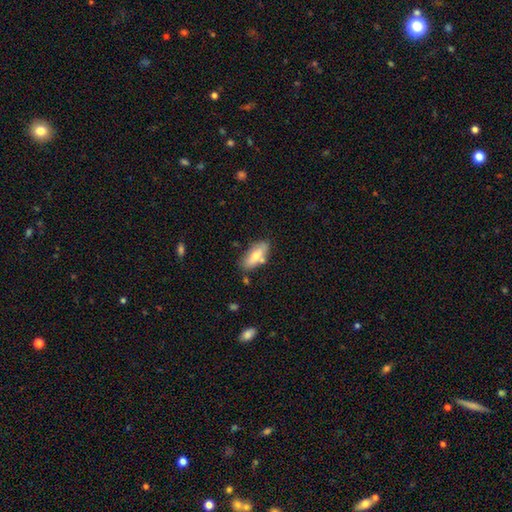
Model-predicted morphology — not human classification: Smooth or featured: smooth — 64% (featured or disk — 30%)
How rounded: in between — 79% (cigar-shaped — 19%)
Merging: none — 72% (minor disturbance — 17%)